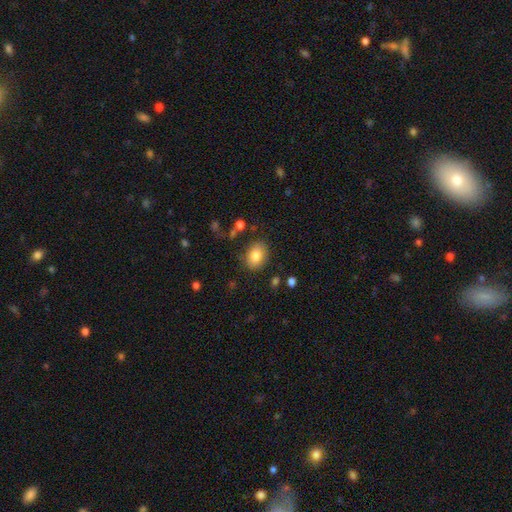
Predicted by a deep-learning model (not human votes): smooth_or_featured: smooth (p=0.83) [alt: featured or disk p=0.09]
how_rounded: in between (p=0.71) [alt: round p=0.28]
merging: none (p=0.83) [alt: minor disturbance p=0.11]